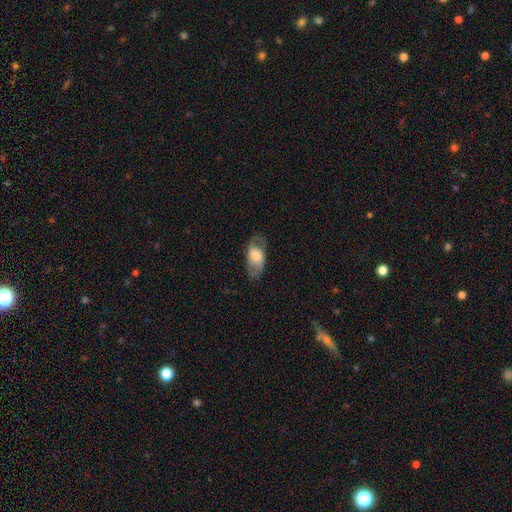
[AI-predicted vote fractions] Overall: smooth (53%; featured or disk 41%). How rounded: in between (89%). Merging: none (71%).